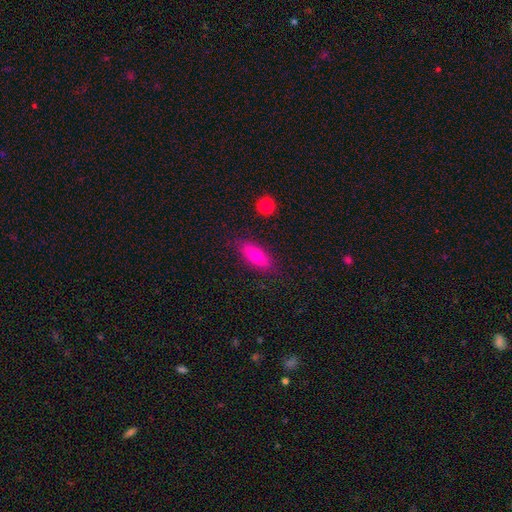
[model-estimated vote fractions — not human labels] This is likely a smooth galaxy (70%). How rounded: likely in between (64%). Merging: clearly none (85%).